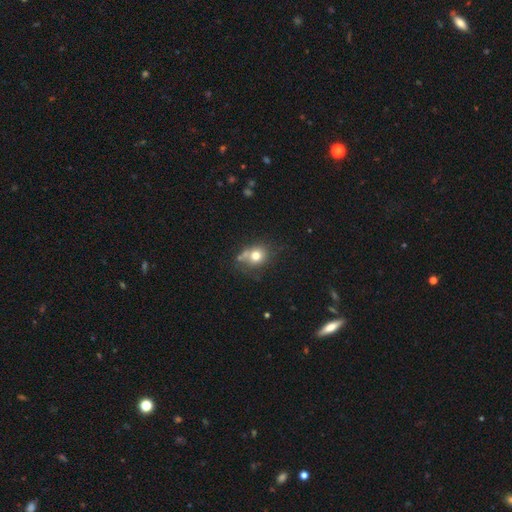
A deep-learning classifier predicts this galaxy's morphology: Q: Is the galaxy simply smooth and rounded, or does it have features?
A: smooth — 73%.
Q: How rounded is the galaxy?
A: round — 71%.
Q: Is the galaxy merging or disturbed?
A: none — 56%.